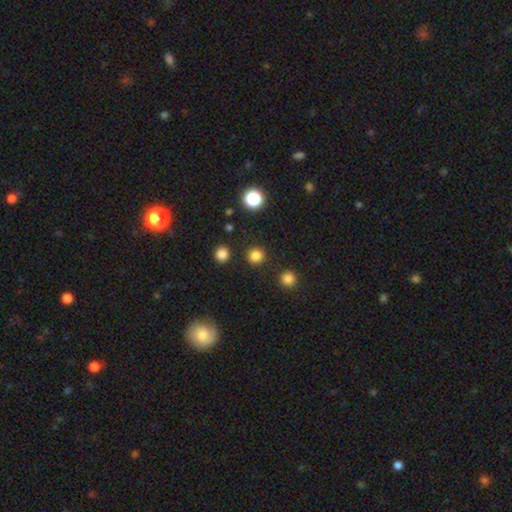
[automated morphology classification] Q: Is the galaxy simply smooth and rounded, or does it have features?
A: smooth — 82%.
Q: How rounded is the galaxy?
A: round — 94%.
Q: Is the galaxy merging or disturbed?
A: none — 91%.